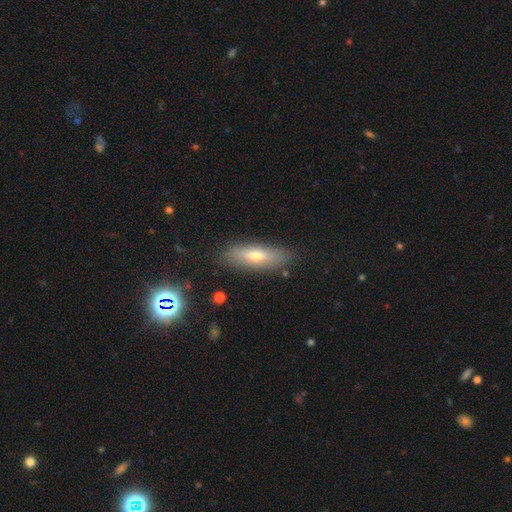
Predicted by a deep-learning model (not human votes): The model was most divided on "how rounded": cigar-shaped: 50%, in between: 47%, round: 3%. More confident: merging — none (85%); smooth or featured — smooth (56%).